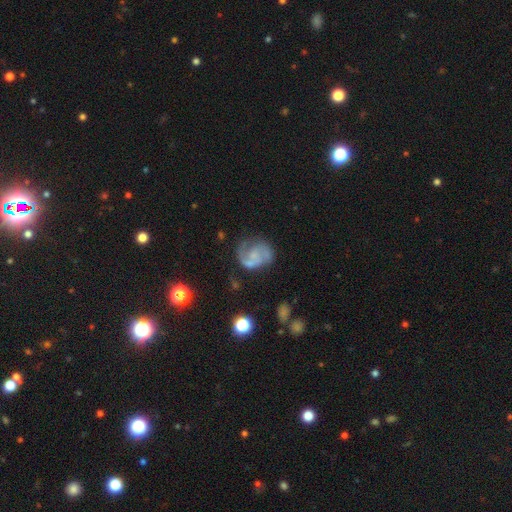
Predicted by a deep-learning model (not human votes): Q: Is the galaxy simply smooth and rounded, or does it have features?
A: featured or disk — 73%.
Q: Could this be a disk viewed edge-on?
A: no — 98%.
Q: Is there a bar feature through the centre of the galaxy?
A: no — 65%.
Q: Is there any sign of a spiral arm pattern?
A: yes — 88%.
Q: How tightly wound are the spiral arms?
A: medium — 47%.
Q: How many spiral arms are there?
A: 2 — 69%.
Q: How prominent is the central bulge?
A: none — 41%.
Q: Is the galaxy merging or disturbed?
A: none — 57%.